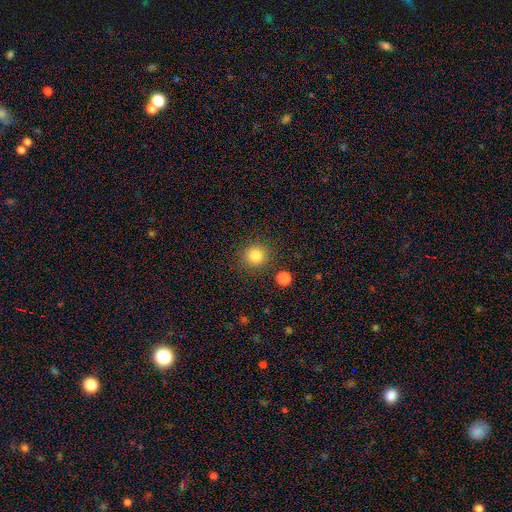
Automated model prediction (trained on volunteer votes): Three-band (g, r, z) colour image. It shows a smooth galaxy with no disk features (83%) that is round (91%). Merging: none (86%).